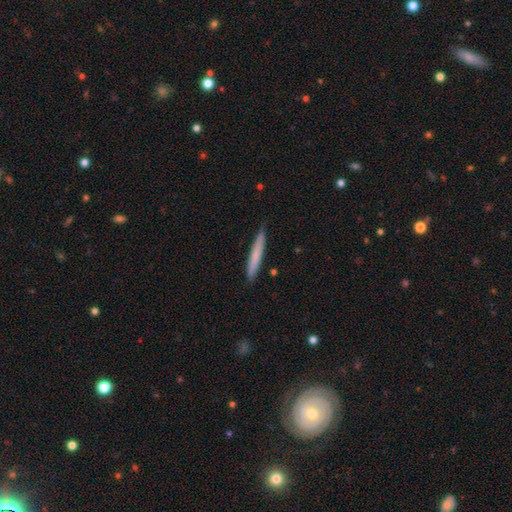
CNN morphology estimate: Smooth or featured: smooth — 69% (featured or disk — 25%)
How rounded: cigar-shaped — 96% (in between — 3%)
Merging: none — 88% (minor disturbance — 10%)